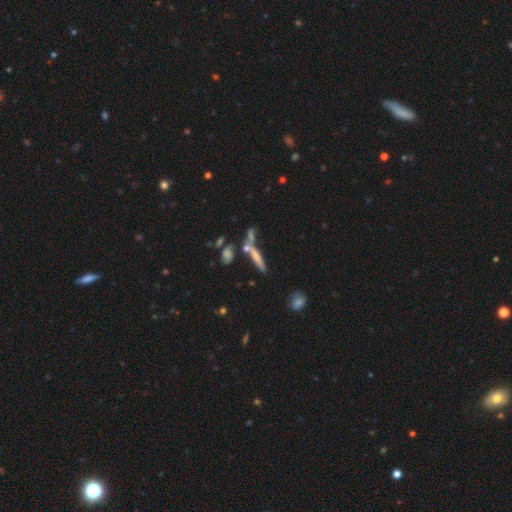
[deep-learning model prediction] smooth 52%, featured or disk 38%, star or artifact 10%. Down the decision tree: how rounded — cigar-shaped (86%); merging — none (54%).